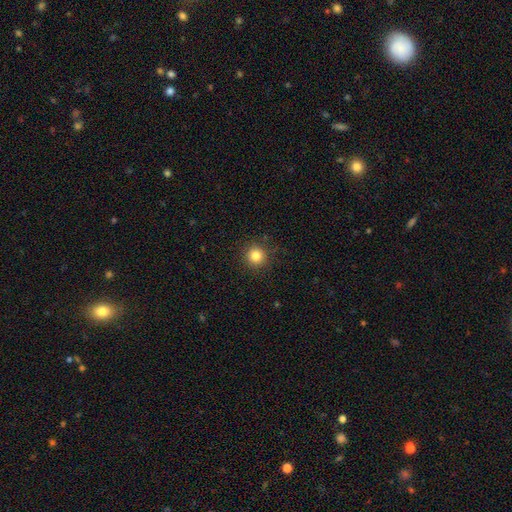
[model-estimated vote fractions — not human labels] Smooth or featured: smooth — 82% (star or artifact — 12%)
How rounded: round — 95% (in between — 4%)
Merging: none — 90% (minor disturbance — 6%)